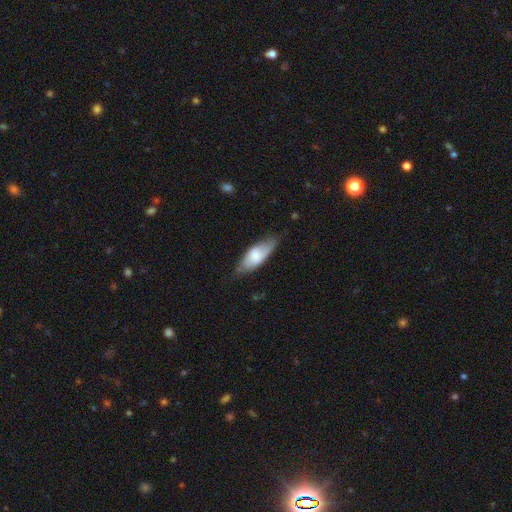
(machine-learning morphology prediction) Smooth or featured: smooth — 65% (featured or disk — 29%)
How rounded: in between — 76% (cigar-shaped — 22%)
Merging: none — 63% (minor disturbance — 29%)